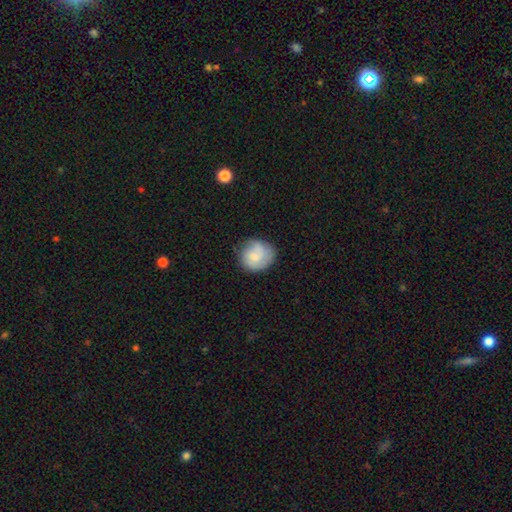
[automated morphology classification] type=smooth (62%); roundness=round (85%); merging=none (73%).